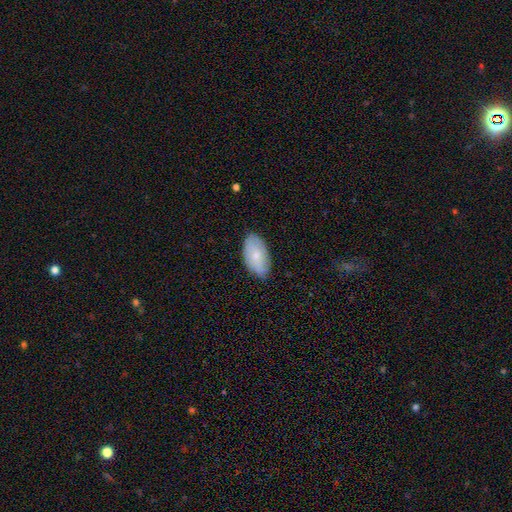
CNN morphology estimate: Smooth or featured? smooth (65%)
How rounded? in between (94%)
Merging? none (80%)